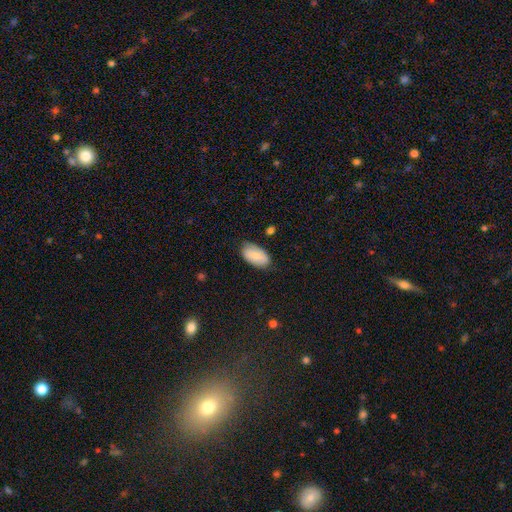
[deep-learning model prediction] smooth 80%, featured or disk 14%, star or artifact 6%. Down the decision tree: how rounded — in between (95%); merging — none (76%).